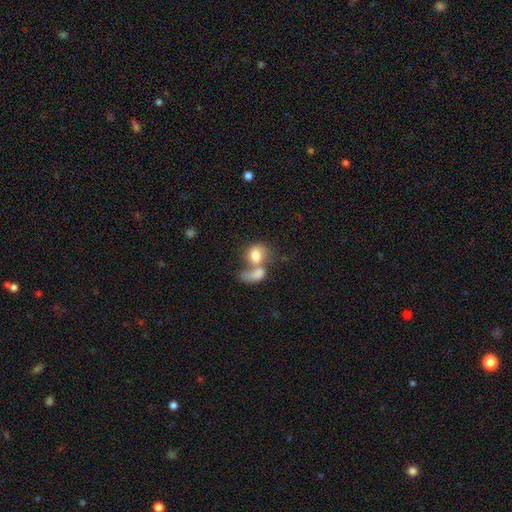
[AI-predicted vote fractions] This appears to be a smooth galaxy with no disk features (70%) that is in between round and cigar-shaped (52%). Merging: merger (71%).